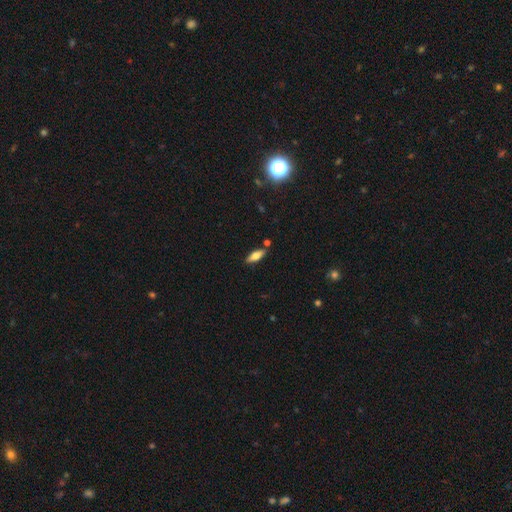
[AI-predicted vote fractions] Morphology: type=smooth (62%); roundness=in between (65%); merging=none (82%).